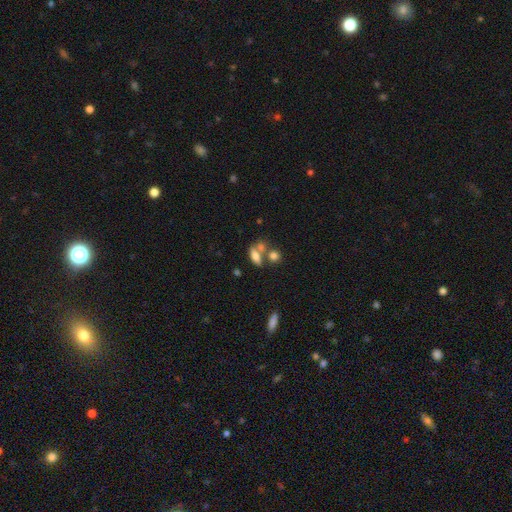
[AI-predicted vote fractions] Smooth or featured? smooth (70%)
How rounded? in between (73%)
Merging? none (40%, tied with merger)